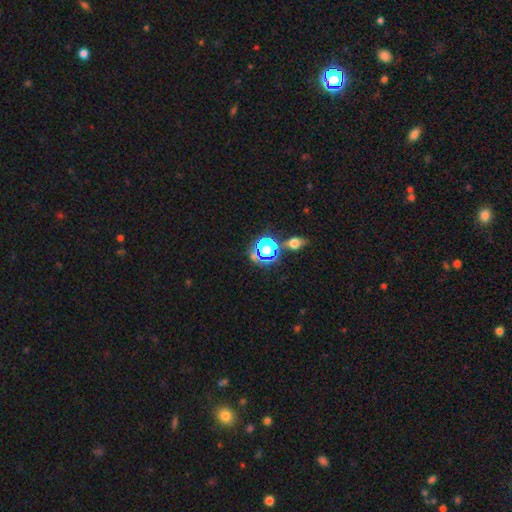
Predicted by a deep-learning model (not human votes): Q: Smooth or featured?
A: star or artifact (62%); runner-up: smooth (29%)